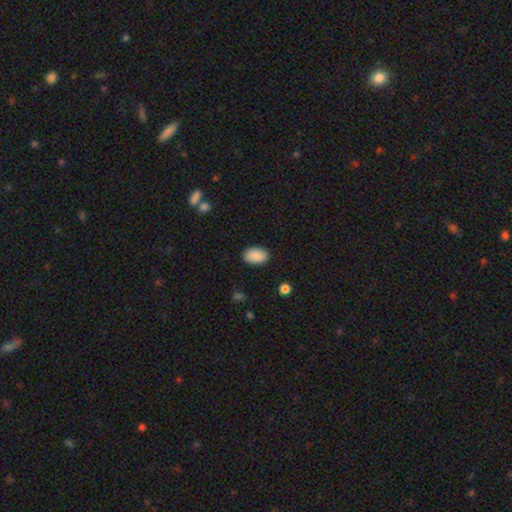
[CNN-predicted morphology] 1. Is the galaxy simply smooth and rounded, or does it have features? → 91% smooth, 7% star or artifact, 3% featured or disk.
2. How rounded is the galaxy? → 93% in between, 6% round, 1% cigar-shaped.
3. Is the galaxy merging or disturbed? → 89% none, 8% minor disturbance, 2% major disturbance, 1% merger.